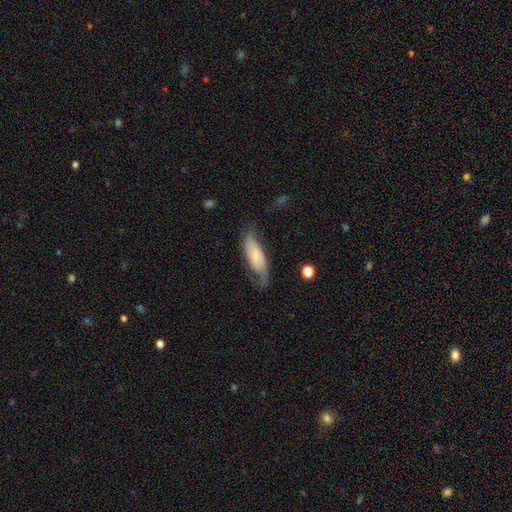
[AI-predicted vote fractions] A featured or disk galaxy (52%).

Vote fractions:
- Smooth or featured? featured or disk: 52% / smooth: 41% / star or artifact: 7%
- Edge-on disk? no: 83% / yes: 17%
- Merging? none: 49% / minor disturbance: 29% / major disturbance: 20% / merger: 2%